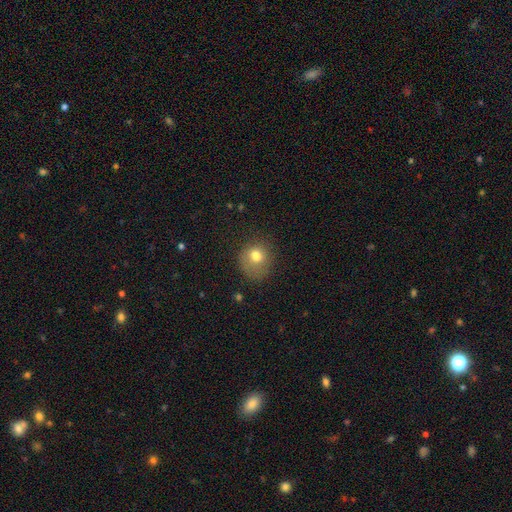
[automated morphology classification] This appears to be a smooth galaxy with no disk features (75%) that is round (74%). Merging: none (51%).